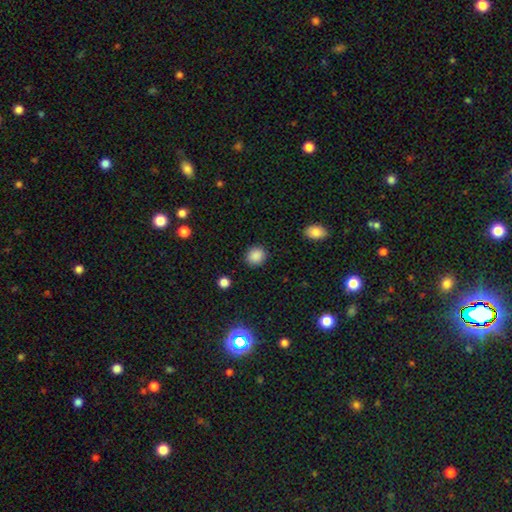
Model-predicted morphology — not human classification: Smooth or featured? smooth (87%)
How rounded? round (76%)
Merging? none (89%)